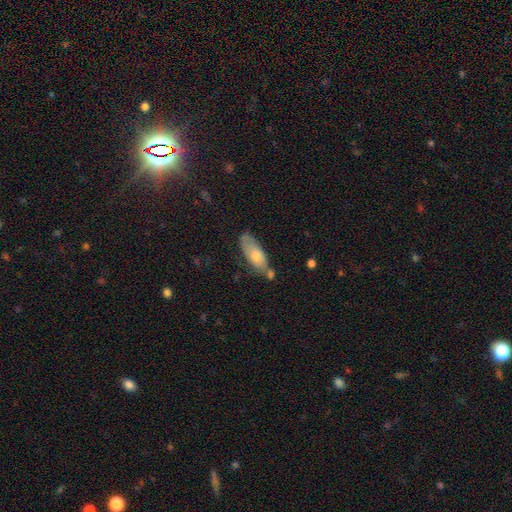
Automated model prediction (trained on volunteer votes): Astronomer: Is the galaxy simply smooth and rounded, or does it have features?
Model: smooth — 67%.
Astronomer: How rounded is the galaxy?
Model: in between — 70%.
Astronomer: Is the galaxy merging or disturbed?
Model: none — 54%.